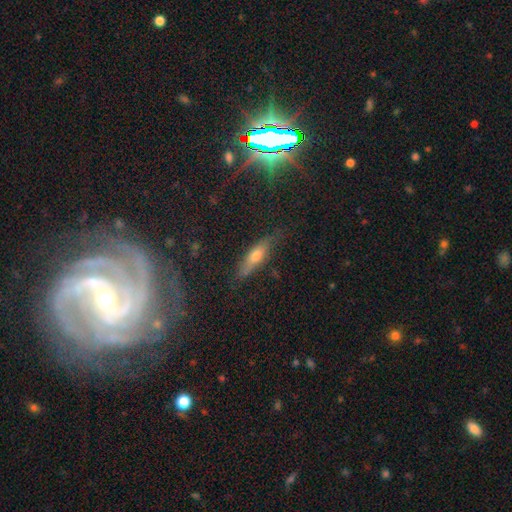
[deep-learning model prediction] Smooth or featured? smooth (50%)
Merging? none (78%)